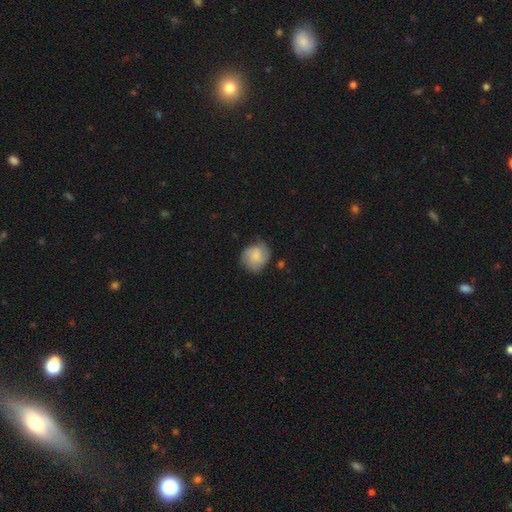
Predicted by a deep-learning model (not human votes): smooth-or-featured: smooth: 65% | featured or disk: 27% | star or artifact: 7%
  how-rounded: round: 76% | in between: 23% | cigar-shaped: 1%
  merging: none: 60% | minor disturbance: 28% | major disturbance: 10% | merger: 2%